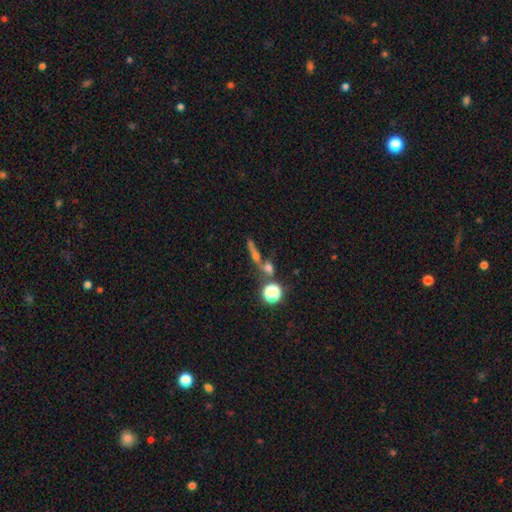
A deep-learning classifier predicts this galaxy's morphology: The model was most divided on "smooth or featured": featured or disk: 40%, smooth: 31%, star or artifact: 29%. More confident: merging — none (58%).